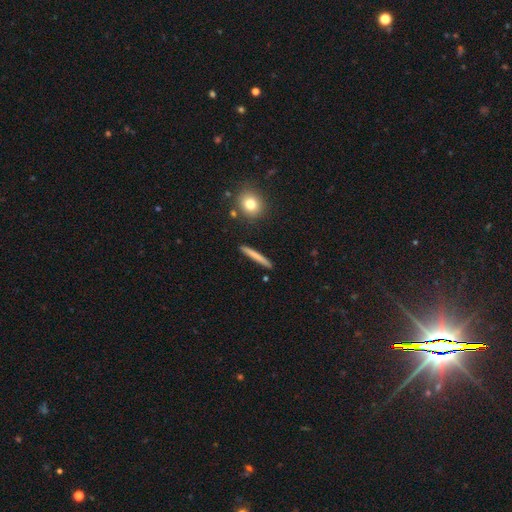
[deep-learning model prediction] Smooth or featured? Predicted: smooth (p=0.68). How rounded? Predicted: cigar-shaped (p=0.94). Merging? Predicted: none (p=0.90).